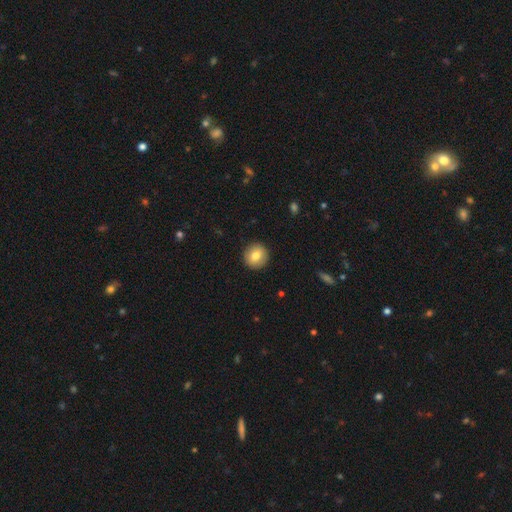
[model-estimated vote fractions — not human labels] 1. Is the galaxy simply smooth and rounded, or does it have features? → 78% smooth, 14% featured or disk, 8% star or artifact.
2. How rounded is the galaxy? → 93% round, 6% in between, 1% cigar-shaped.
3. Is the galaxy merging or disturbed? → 91% none, 6% minor disturbance, 2% major disturbance, 1% merger.